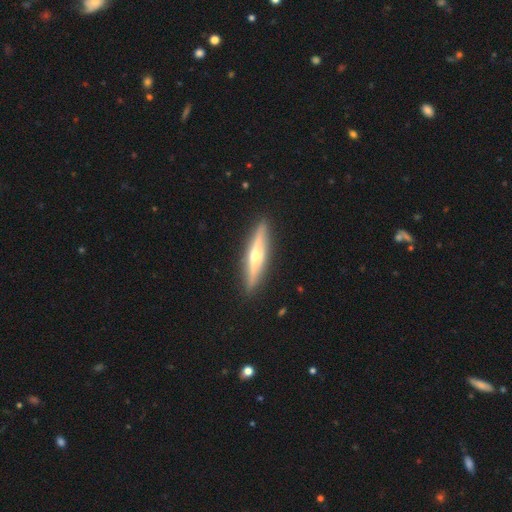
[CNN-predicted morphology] featured or disk 72%, smooth 23%, star or artifact 5%. Down the decision tree: edge-on disk — yes (96%); edge-on bulge — rounded (93%); merging — none (91%).